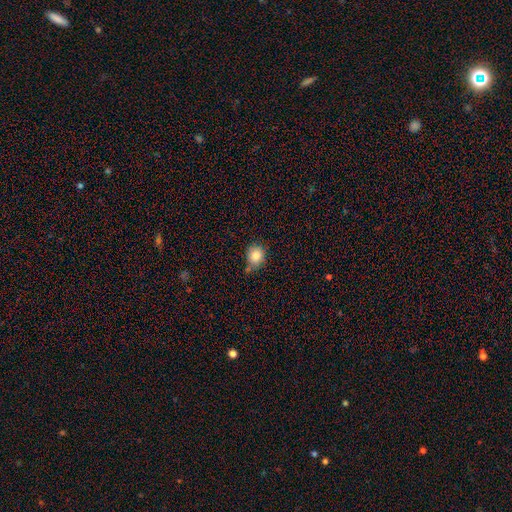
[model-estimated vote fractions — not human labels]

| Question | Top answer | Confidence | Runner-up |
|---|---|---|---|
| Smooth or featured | smooth | 83% | star or artifact (10%) |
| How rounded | round | 75% | in between (24%) |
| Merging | none | 63% | minor disturbance (24%) |